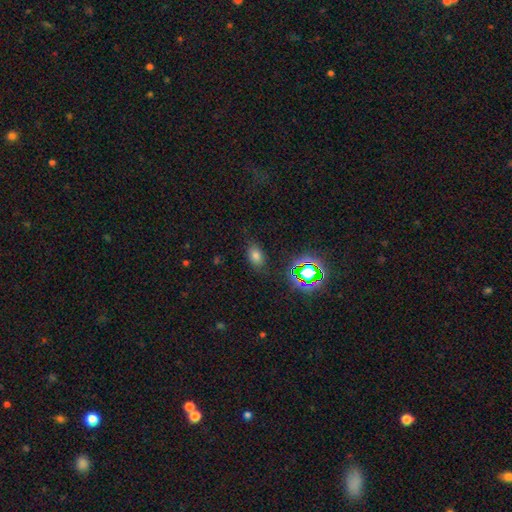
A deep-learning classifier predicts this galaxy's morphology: The model was most divided on "smooth or featured": smooth: 70%, star or artifact: 21%, featured or disk: 8%. More confident: how rounded — in between (84%); merging — none (82%).